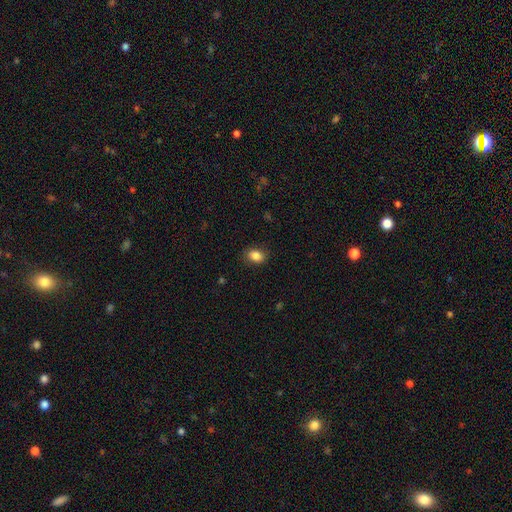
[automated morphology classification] Overall: smooth (86%). How rounded: in between (72%). Merging: none (85%).